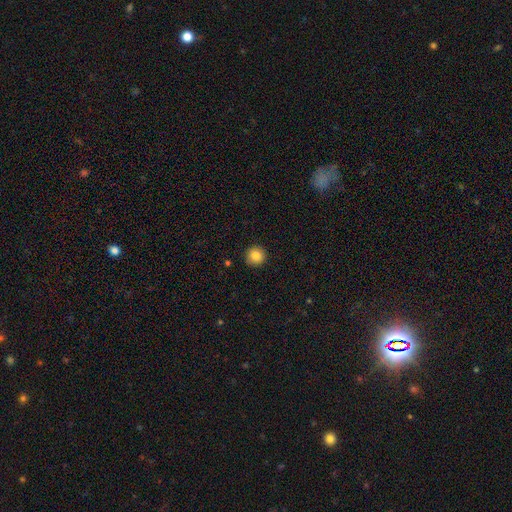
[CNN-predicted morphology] Overall: smooth (85%). How rounded: round (95%). Merging: none (92%).